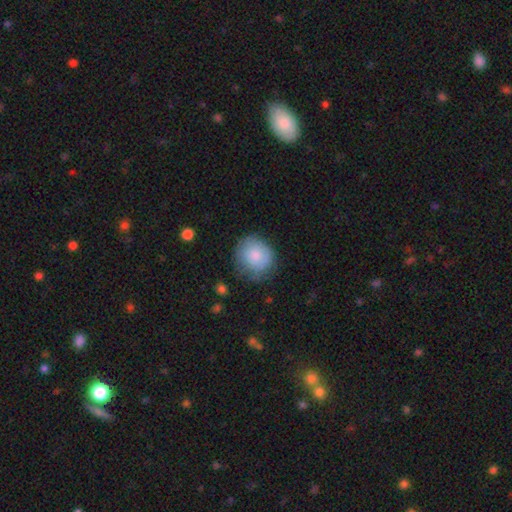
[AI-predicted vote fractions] A smooth galaxy with no disk features (82%) that is round (82%).

Vote fractions:
- Smooth or featured? smooth: 82% / featured or disk: 11% / star or artifact: 7%
- How rounded? round: 82% / in between: 17% / cigar-shaped: 1%
- Merging? none: 63% / minor disturbance: 26% / major disturbance: 8% / merger: 2%